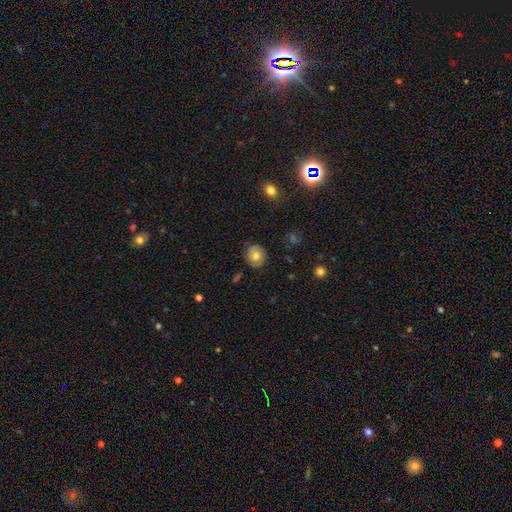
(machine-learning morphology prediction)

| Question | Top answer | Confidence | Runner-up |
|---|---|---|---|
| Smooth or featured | smooth | 74% | featured or disk (17%) |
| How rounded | round | 79% | in between (20%) |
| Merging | none | 86% | minor disturbance (10%) |